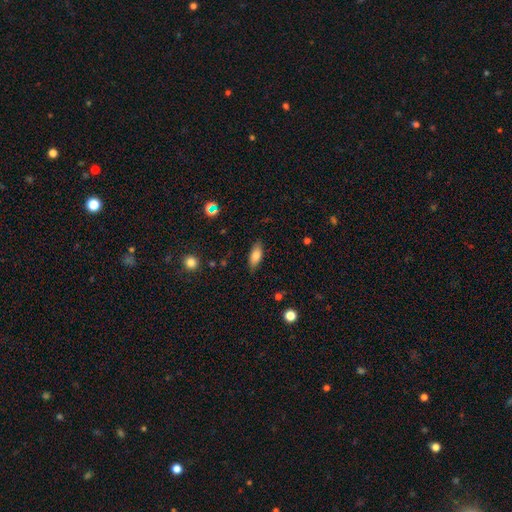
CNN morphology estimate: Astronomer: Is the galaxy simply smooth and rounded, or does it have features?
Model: smooth — 79%.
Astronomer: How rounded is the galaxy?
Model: in between — 81%.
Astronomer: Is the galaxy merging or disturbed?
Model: none — 84%.